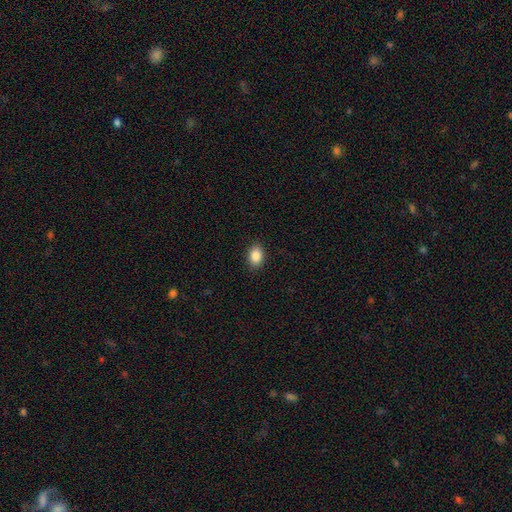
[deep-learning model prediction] A smooth galaxy with no disk features (87%) that is in between round and cigar-shaped (75%). Merging: none (90%).